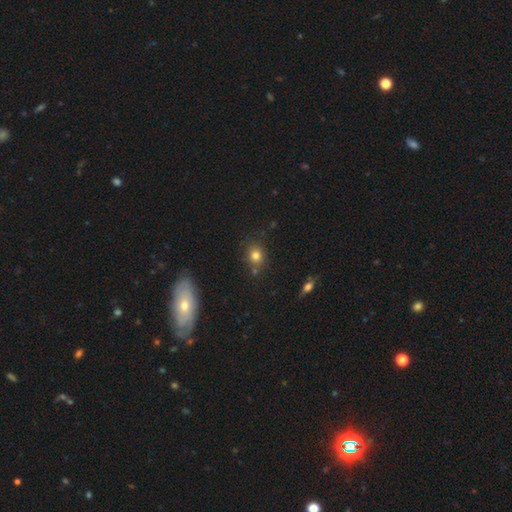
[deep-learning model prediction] A smooth galaxy with no disk features (78%) that is round (71%).

Vote fractions:
- Smooth or featured? smooth: 78% / star or artifact: 14% / featured or disk: 8%
- How rounded? round: 71% / in between: 28% / cigar-shaped: 1%
- Merging? none: 76% / minor disturbance: 13% / merger: 8% / major disturbance: 4%